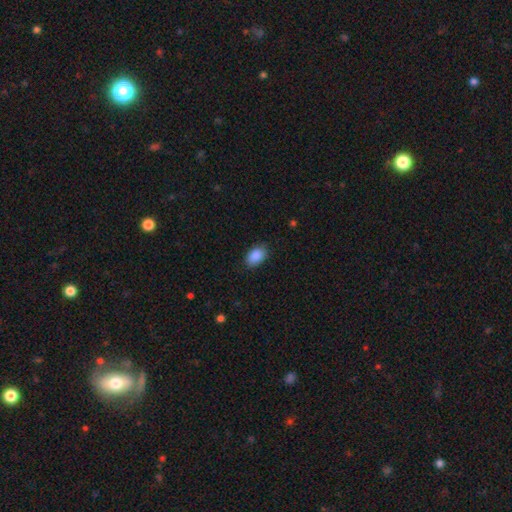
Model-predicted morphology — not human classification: Q: Smooth or featured?
A: smooth (89%); runner-up: star or artifact (7%)
Q: How rounded?
A: in between (90%); runner-up: round (8%)
Q: Merging?
A: none (85%); runner-up: minor disturbance (12%)